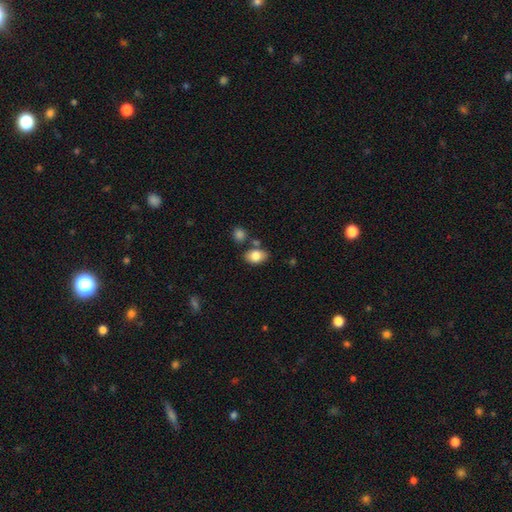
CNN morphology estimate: This is clearly a smooth galaxy (81%). How rounded: clearly in between (82%). Merging: likely none (70%).